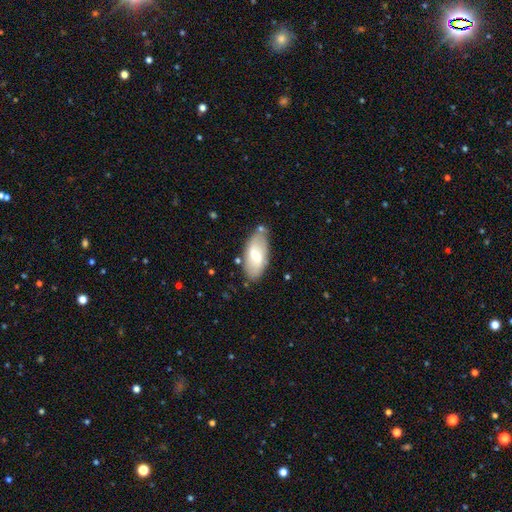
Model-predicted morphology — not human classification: Smooth or featured? Predicted: smooth (p=0.57). How rounded? Predicted: in between (p=0.90). Merging? Predicted: none (p=0.72).